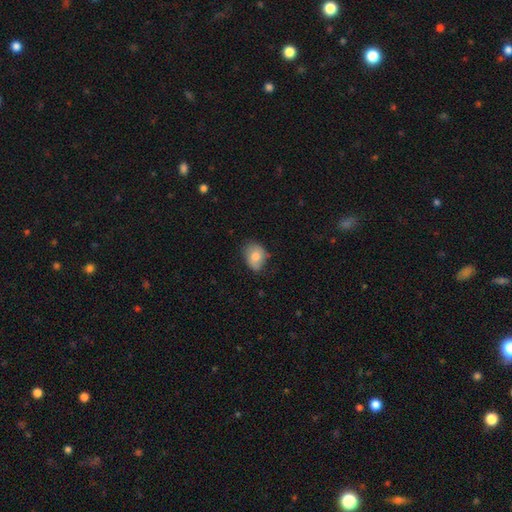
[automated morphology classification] A smooth galaxy with no disk features (75%) that is in between round and cigar-shaped (69%).

Vote fractions:
- Smooth or featured? smooth: 75% / featured or disk: 17% / star or artifact: 8%
- How rounded? in between: 69% / round: 30% / cigar-shaped: 1%
- Merging? none: 65% / minor disturbance: 28% / major disturbance: 5% / merger: 1%